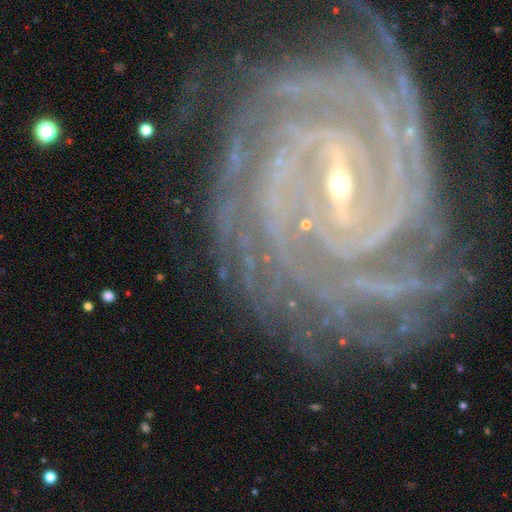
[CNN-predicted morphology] Smooth or featured? Predicted: featured or disk (p=0.92). Edge-on disk? Predicted: no (p=0.98). Bar? Predicted: strong (p=0.51). Spiral arms? Predicted: yes (p=0.99). Spiral winding? Predicted: tight (p=0.83). Spiral arm count? Predicted: 4 (p=0.24). Bulge size? Predicted: small (p=0.77). Merging? Predicted: none (p=0.77).